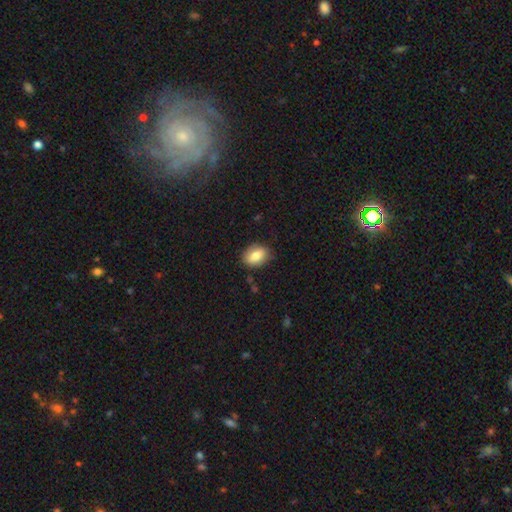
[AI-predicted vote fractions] A smooth galaxy with no disk features (81%) that is in between round and cigar-shaped (79%). Merging: none (83%).